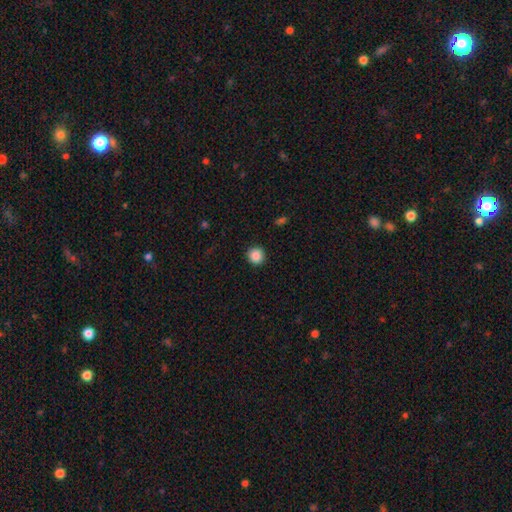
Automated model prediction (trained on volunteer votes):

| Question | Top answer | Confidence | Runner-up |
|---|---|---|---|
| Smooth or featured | smooth | 87% | star or artifact (9%) |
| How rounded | round | 94% | in between (5%) |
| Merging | none | 93% | minor disturbance (5%) |